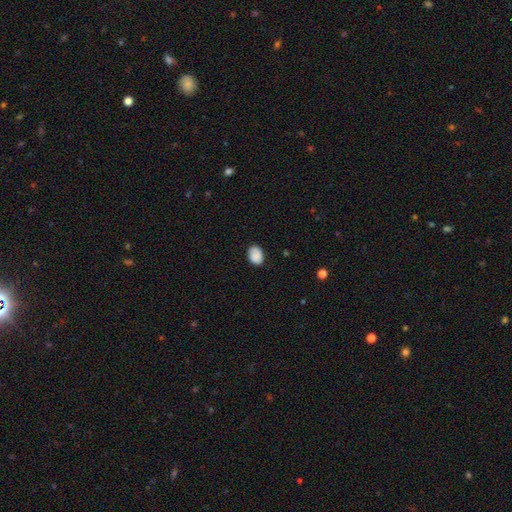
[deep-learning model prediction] A smooth galaxy with no disk features (87%) that is in between round and cigar-shaped (77%).

Vote fractions:
- Smooth or featured? smooth: 87% / star or artifact: 8% / featured or disk: 6%
- How rounded? in between: 77% / round: 22% / cigar-shaped: 1%
- Merging? none: 80% / minor disturbance: 16% / major disturbance: 3% / merger: 1%